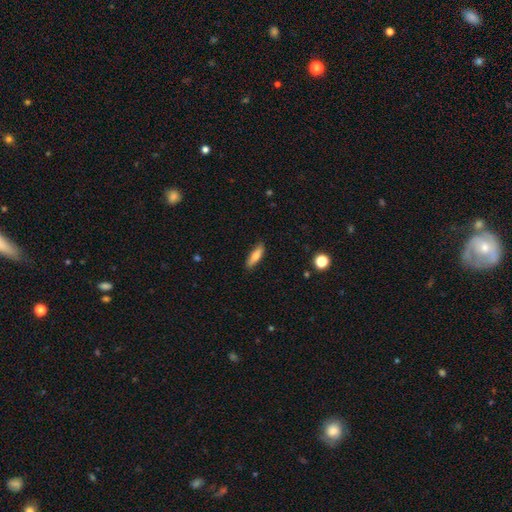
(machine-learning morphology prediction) A smooth galaxy with no disk features (71%) that is cigar-shaped (57%).

Vote fractions:
- Smooth or featured? smooth: 71% / featured or disk: 23% / star or artifact: 7%
- How rounded? cigar-shaped: 57% / in between: 41% / round: 2%
- Merging? none: 85% / minor disturbance: 12% / major disturbance: 2% / merger: 1%